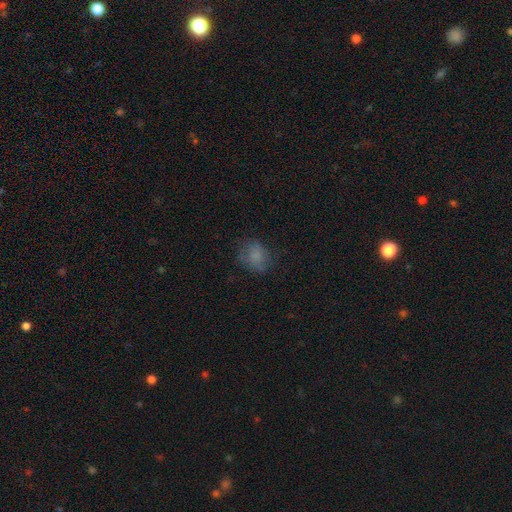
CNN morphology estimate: The model was most divided on "how rounded": round: 57%, in between: 42%, cigar-shaped: 1%. More confident: smooth or featured — smooth (74%); merging — none (64%).